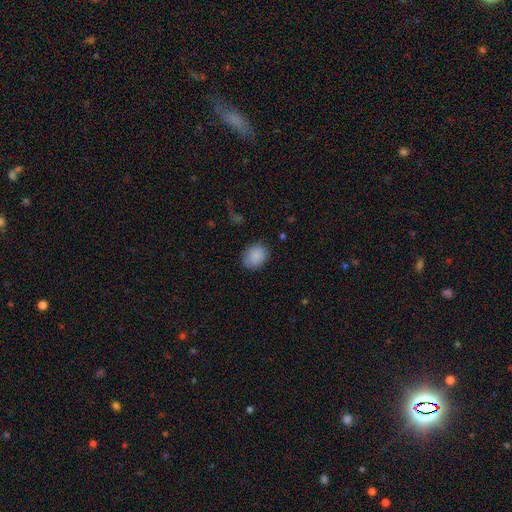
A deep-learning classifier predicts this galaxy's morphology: Smooth or featured?
  - smooth: 88% *
  - star or artifact: 8%
  - featured or disk: 4%
How rounded?
  - round: 51% *
  - in between: 49%
  - cigar-shaped: 1%
Merging?
  - none: 82% *
  - minor disturbance: 14%
  - major disturbance: 4%
  - merger: 1%